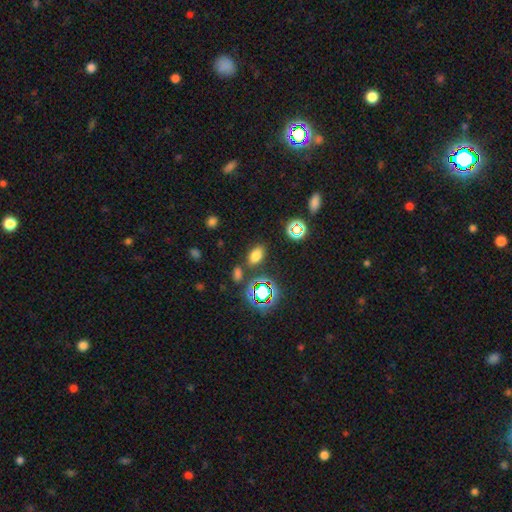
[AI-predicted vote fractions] This is likely a smooth galaxy (71%). How rounded: clearly in between (87%). Merging: likely none (78%).